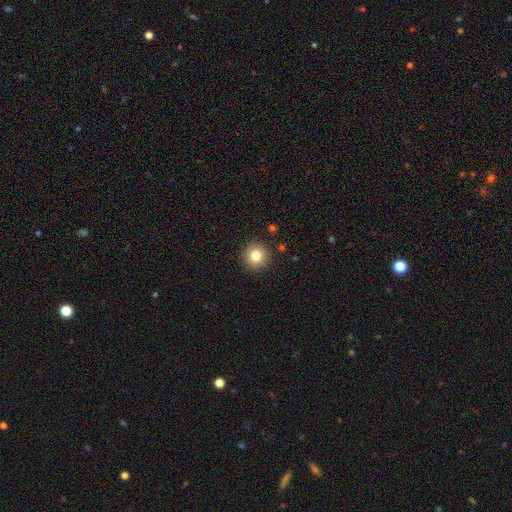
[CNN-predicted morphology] smooth 82%, star or artifact 11%, featured or disk 8%. Down the decision tree: how rounded — round (95%); merging — none (91%).